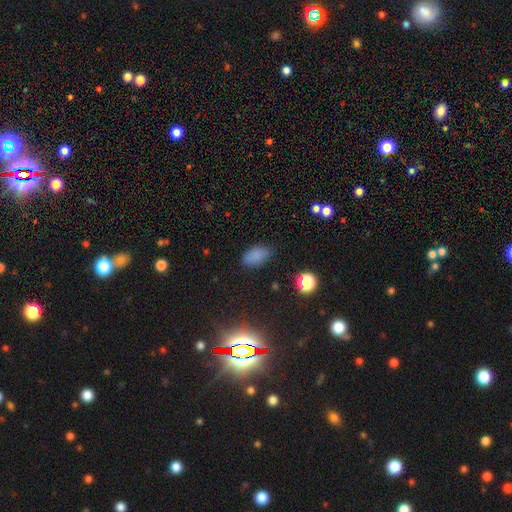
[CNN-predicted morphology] Smooth or featured: smooth — 82% (star or artifact — 13%)
How rounded: in between — 91% (round — 7%)
Merging: none — 79% (minor disturbance — 16%)